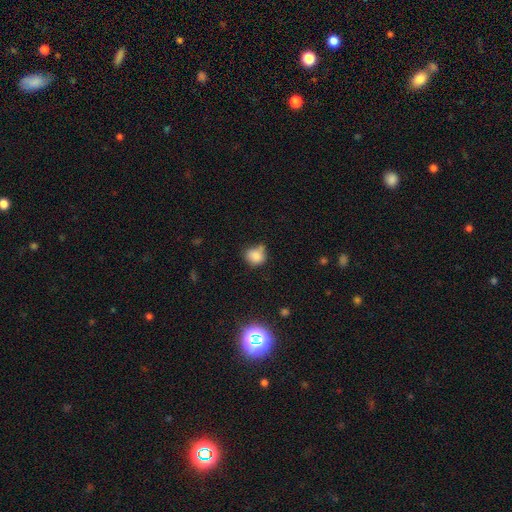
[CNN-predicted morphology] Smooth or featured? Predicted: smooth (p=0.82). How rounded? Predicted: round (p=0.73). Merging? Predicted: none (p=0.52).